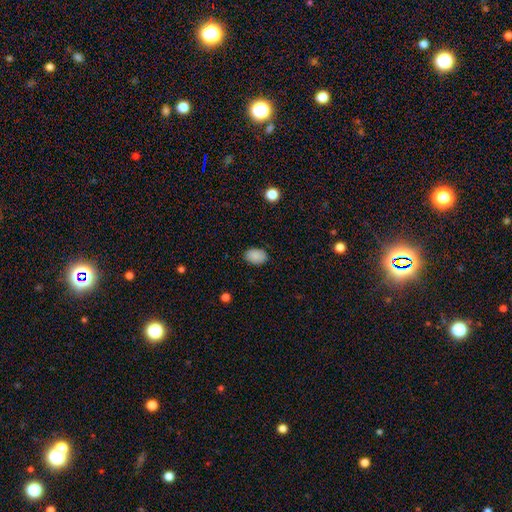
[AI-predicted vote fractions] This is clearly a smooth galaxy (88%). How rounded: clearly in between (83%). Merging: clearly none (86%).